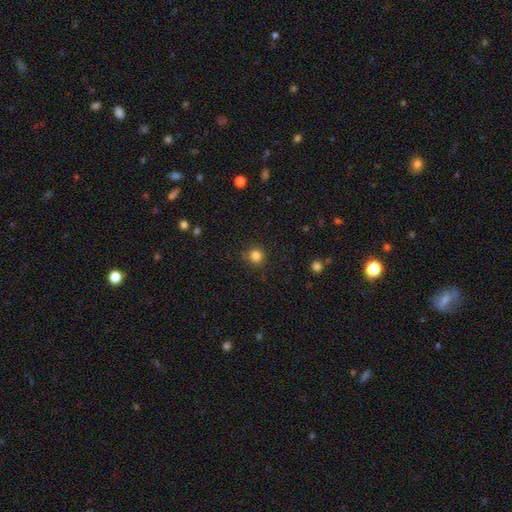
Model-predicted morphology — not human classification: smooth_or_featured: smooth (p=0.83) [alt: star or artifact p=0.12]
how_rounded: round (p=0.93) [alt: in between p=0.06]
merging: none (p=0.88) [alt: minor disturbance p=0.08]